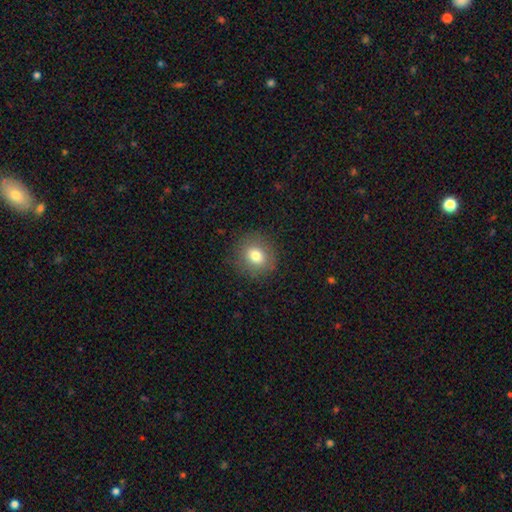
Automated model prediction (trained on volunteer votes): Smooth or featured: smooth — 78% (featured or disk — 11%)
How rounded: round — 80% (in between — 20%)
Merging: none — 87% (minor disturbance — 8%)